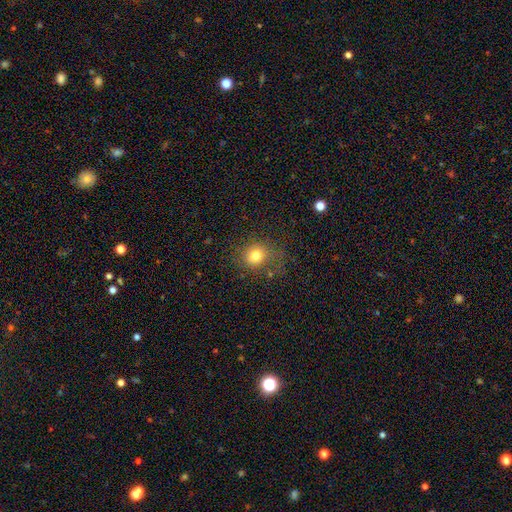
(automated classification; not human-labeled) Smooth or featured?
  - smooth: 77% *
  - star or artifact: 14%
  - featured or disk: 9%
How rounded?
  - round: 72% *
  - in between: 27%
  - cigar-shaped: 1%
Merging?
  - none: 68% *
  - minor disturbance: 18%
  - major disturbance: 11%
  - merger: 3%